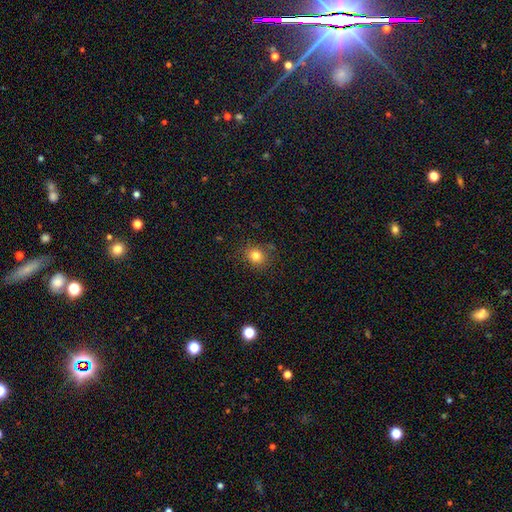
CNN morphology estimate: Smooth or featured: smooth — 80% (star or artifact — 13%)
How rounded: round — 79% (in between — 21%)
Merging: none — 83% (minor disturbance — 12%)